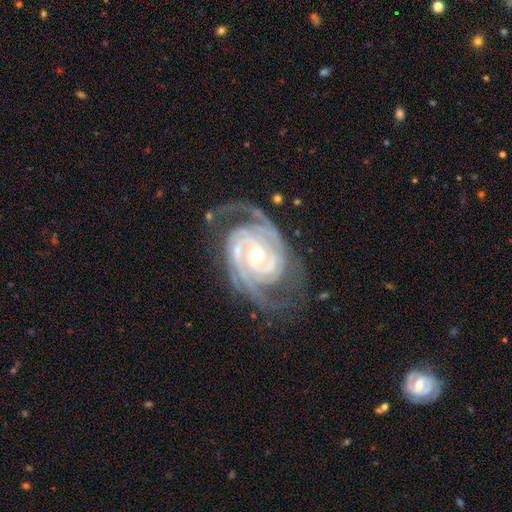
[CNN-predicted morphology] A featured or disk galaxy (93%) with no bar (45%), 2 (45%) tight (68%) spiral arms (98%) and a moderate central bulge (70%). Merging: none (69%).